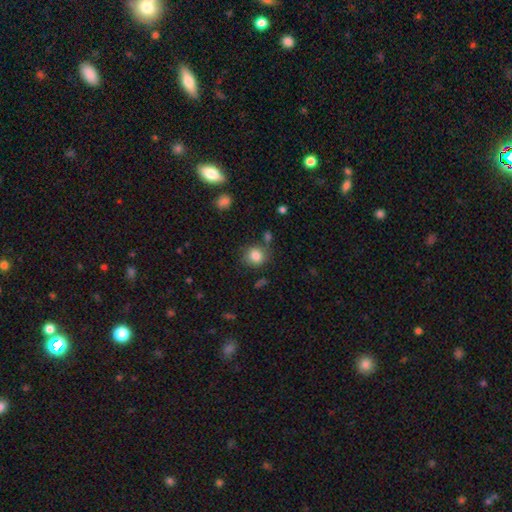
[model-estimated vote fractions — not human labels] Overall: smooth (84%). How rounded: round (80%). Merging: none (75%).